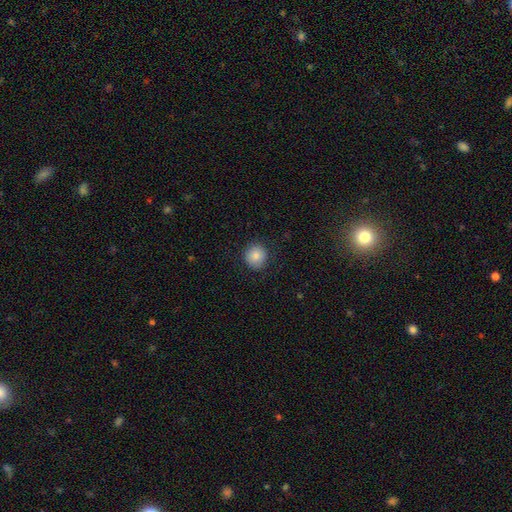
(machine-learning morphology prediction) smooth-or-featured: smooth: 84% | star or artifact: 9% | featured or disk: 7%
  how-rounded: round: 91% | in between: 8% | cigar-shaped: 1%
  merging: none: 88% | minor disturbance: 8% | major disturbance: 3% | merger: 1%